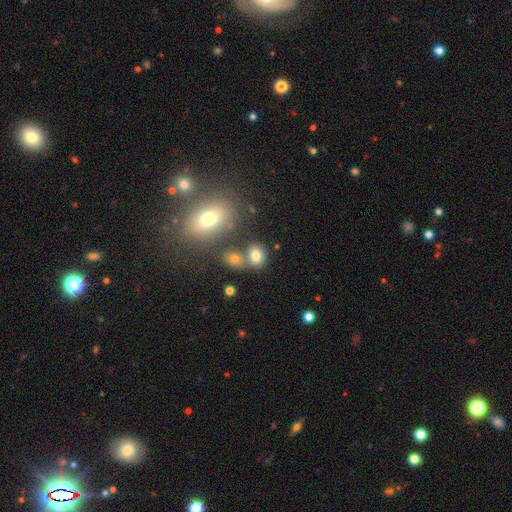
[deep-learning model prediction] This is likely a smooth galaxy (76%). How rounded: possibly in between (56%). Merging: possibly none (59%).